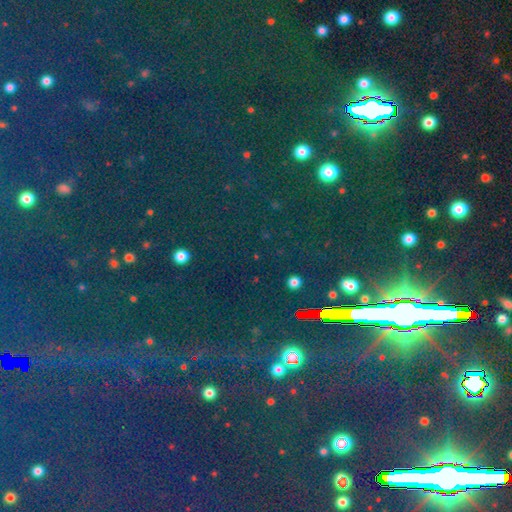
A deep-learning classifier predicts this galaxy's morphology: Q: Smooth or featured?
A: star or artifact (83%); runner-up: smooth (9%)